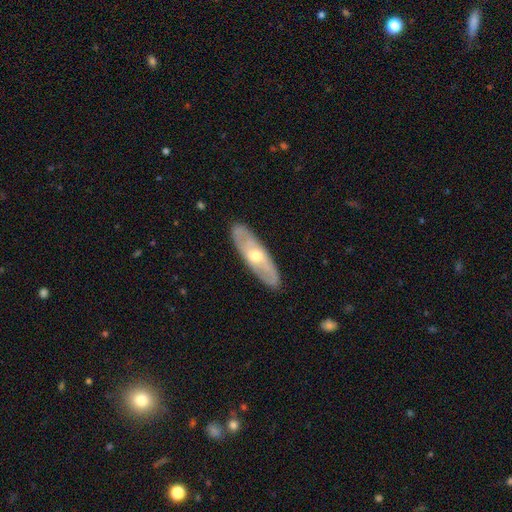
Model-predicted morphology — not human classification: Q: Smooth or featured?
A: featured or disk (59%); runner-up: smooth (36%)
Q: Edge-on disk?
A: no (66%); runner-up: yes (34%)
Q: Merging?
A: none (87%); runner-up: minor disturbance (9%)